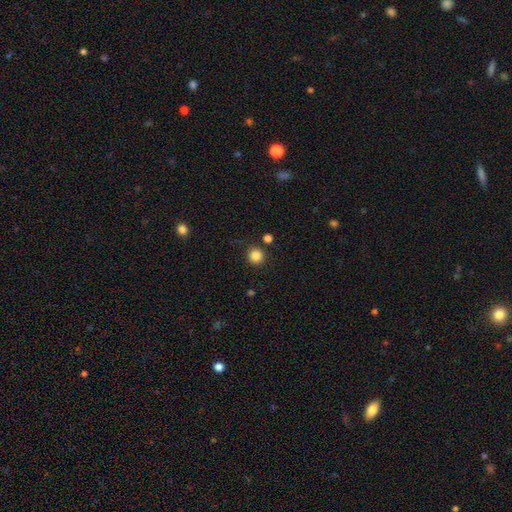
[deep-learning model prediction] This appears to be a smooth galaxy with no disk features (85%) that is round (94%). Merging: none (86%).